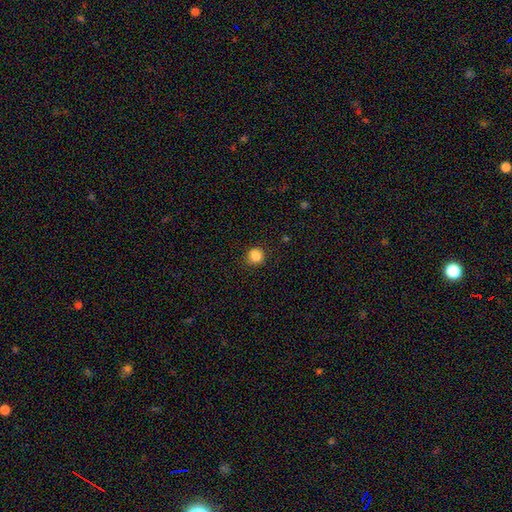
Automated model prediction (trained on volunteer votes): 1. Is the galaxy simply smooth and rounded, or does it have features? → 86% smooth, 11% star or artifact, 3% featured or disk.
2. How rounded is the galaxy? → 90% round, 9% in between, 1% cigar-shaped.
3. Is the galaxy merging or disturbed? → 86% none, 10% minor disturbance, 3% major disturbance, 1% merger.